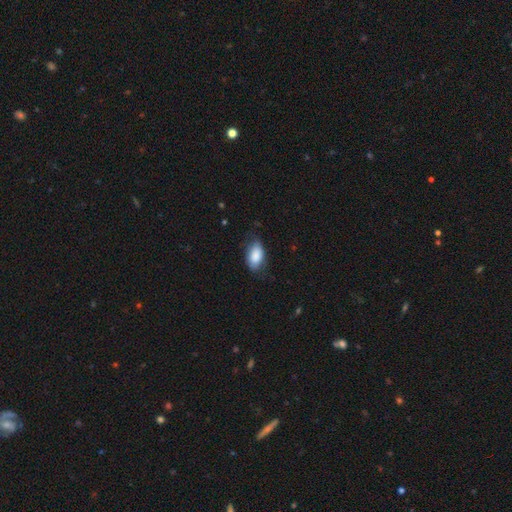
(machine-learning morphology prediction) smooth_or_featured: smooth (p=0.84) [alt: featured or disk p=0.09]
how_rounded: in between (p=0.93) [alt: round p=0.05]
merging: none (p=0.64) [alt: minor disturbance p=0.27]